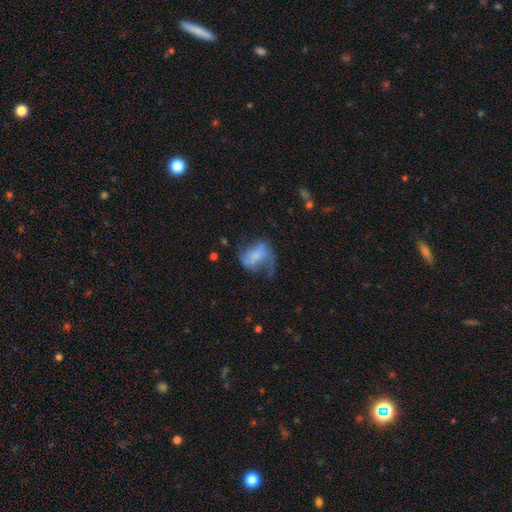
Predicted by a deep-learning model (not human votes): A featured or disk galaxy (60%) with no bar (52%), spiral arms (72%) and a small central bulge (35%).

Vote fractions:
- Smooth or featured? featured or disk: 60% / smooth: 32% / star or artifact: 9%
- Edge-on disk? no: 97% / yes: 3%
- Bar? no: 52% / weak: 35% / strong: 14%
- Spiral arms? yes: 72% / no: 28%
- Bulge size? small: 35% / moderate: 29% / none: 26% / large: 8% / dominant: 2%
- Merging? major disturbance: 40% / none: 34% / minor disturbance: 22% / merger: 4%